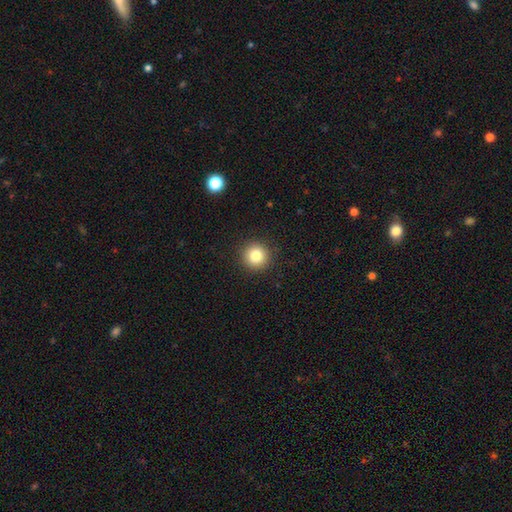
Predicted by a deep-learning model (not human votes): This is clearly a smooth galaxy (82%). How rounded: clearly round (95%). Merging: clearly none (92%).